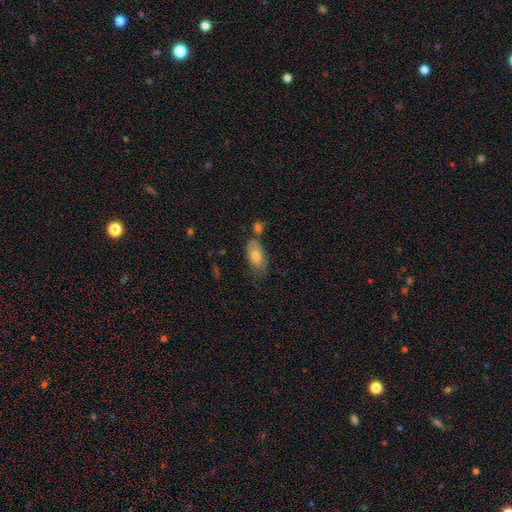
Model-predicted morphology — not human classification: This is likely a smooth galaxy (71%). How rounded: clearly in between (92%). Merging: possibly none (54%).